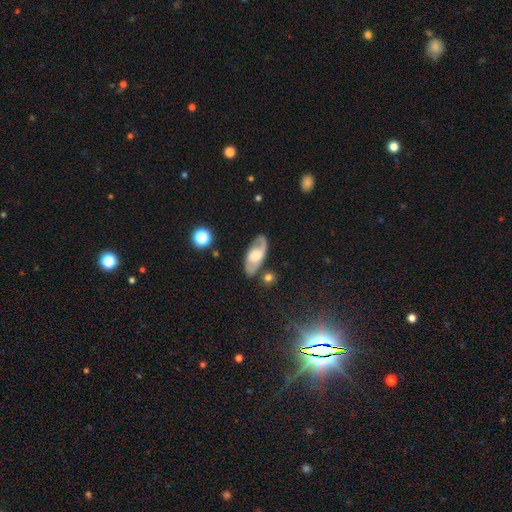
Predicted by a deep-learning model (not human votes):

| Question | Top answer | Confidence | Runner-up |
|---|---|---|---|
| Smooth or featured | featured or disk | 67% | smooth (27%) |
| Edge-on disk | no | 87% | yes (13%) |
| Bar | no | 46% | weak (41%) |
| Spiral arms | yes | 83% | no (17%) |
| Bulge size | moderate | 46% | large (32%) |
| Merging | none | 75% | minor disturbance (15%) |